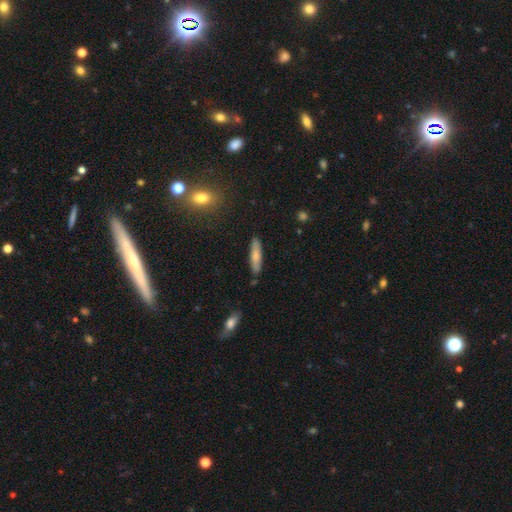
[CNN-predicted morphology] A smooth galaxy with no disk features (73%) that is cigar-shaped (74%).

Vote fractions:
- Smooth or featured? smooth: 73% / featured or disk: 20% / star or artifact: 6%
- How rounded? cigar-shaped: 74% / in between: 24% / round: 2%
- Merging? none: 85% / minor disturbance: 11% / merger: 2% / major disturbance: 2%